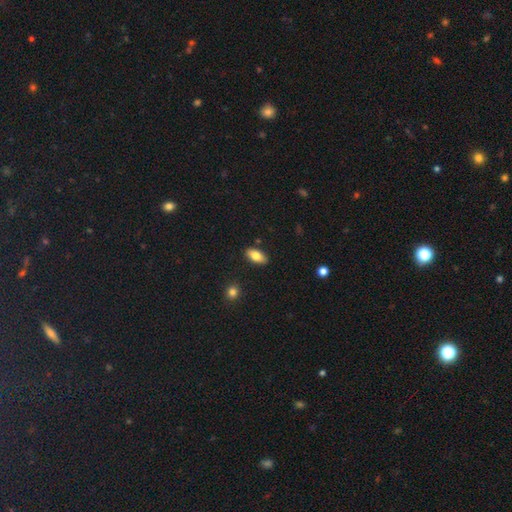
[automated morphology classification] Q: Smooth or featured?
A: smooth (77%); runner-up: featured or disk (16%)
Q: How rounded?
A: in between (88%); runner-up: cigar-shaped (9%)
Q: Merging?
A: none (87%); runner-up: minor disturbance (9%)